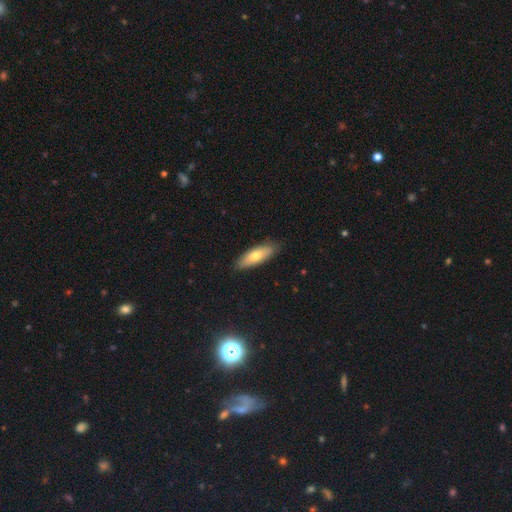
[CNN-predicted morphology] Q: Smooth or featured?
A: smooth (69%); runner-up: featured or disk (26%)
Q: How rounded?
A: in between (62%); runner-up: cigar-shaped (36%)
Q: Merging?
A: none (84%); runner-up: minor disturbance (13%)